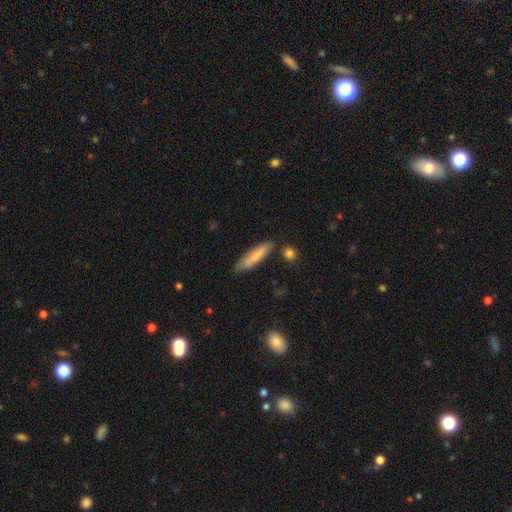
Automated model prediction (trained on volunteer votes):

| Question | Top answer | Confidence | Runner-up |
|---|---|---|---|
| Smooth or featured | smooth | 74% | featured or disk (20%) |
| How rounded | cigar-shaped | 79% | in between (20%) |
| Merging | none | 75% | minor disturbance (18%) |